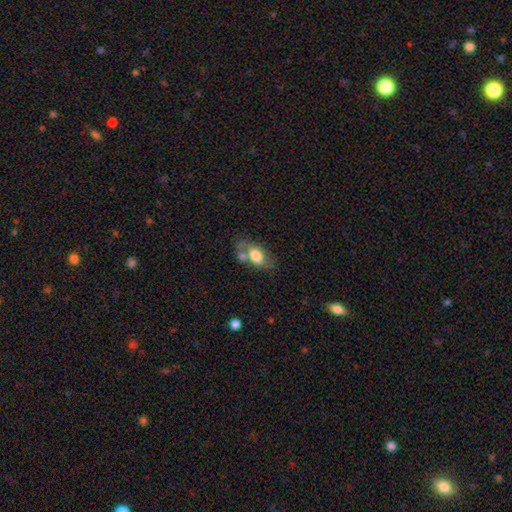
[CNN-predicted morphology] smooth-or-featured: smooth: 59% | featured or disk: 33% | star or artifact: 7%
  how-rounded: in between: 87% | round: 9% | cigar-shaped: 4%
  merging: none: 45% | merger: 25% | minor disturbance: 20% | major disturbance: 10%